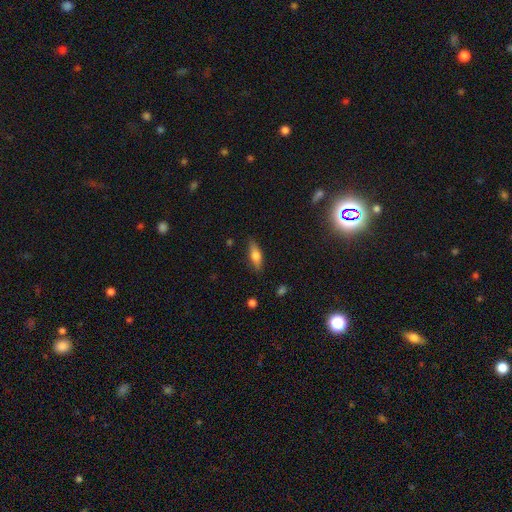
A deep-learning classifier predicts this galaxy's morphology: smooth-or-featured: smooth: 64% | featured or disk: 29% | star or artifact: 7%
  how-rounded: in between: 55% | cigar-shaped: 42% | round: 3%
  merging: none: 83% | minor disturbance: 13% | major disturbance: 3% | merger: 1%